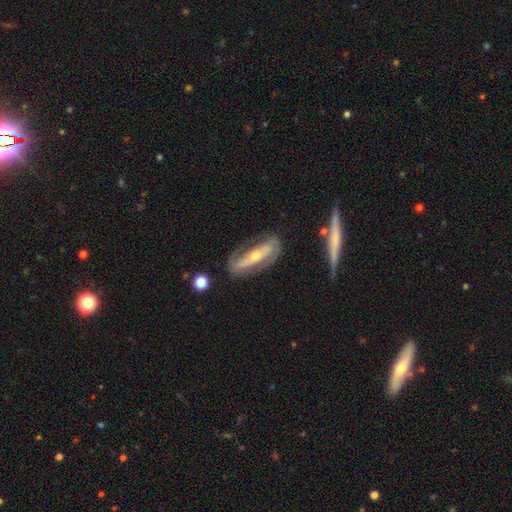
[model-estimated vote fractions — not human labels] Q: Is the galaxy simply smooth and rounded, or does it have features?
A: featured or disk — 78%.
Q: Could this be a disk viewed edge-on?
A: no — 79%.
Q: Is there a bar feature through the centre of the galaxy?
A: strong — 53%.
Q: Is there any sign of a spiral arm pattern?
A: yes — 80%.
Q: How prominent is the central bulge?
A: small — 53%.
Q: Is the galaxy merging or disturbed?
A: none — 72%.